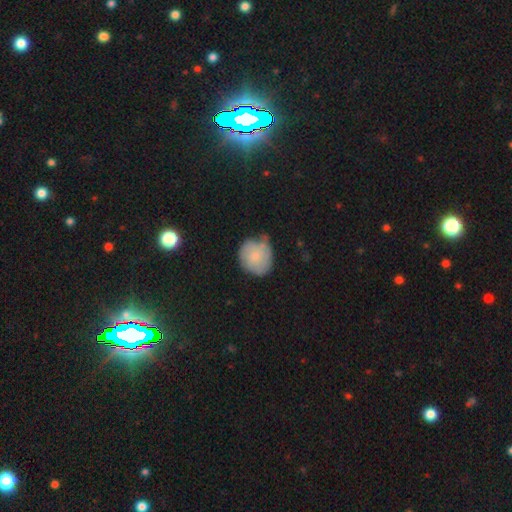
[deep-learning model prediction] smooth-or-featured: smooth: 68% | featured or disk: 26% | star or artifact: 7%
  how-rounded: round: 78% | in between: 21% | cigar-shaped: 1%
  merging: none: 45% | minor disturbance: 39% | major disturbance: 11% | merger: 6%